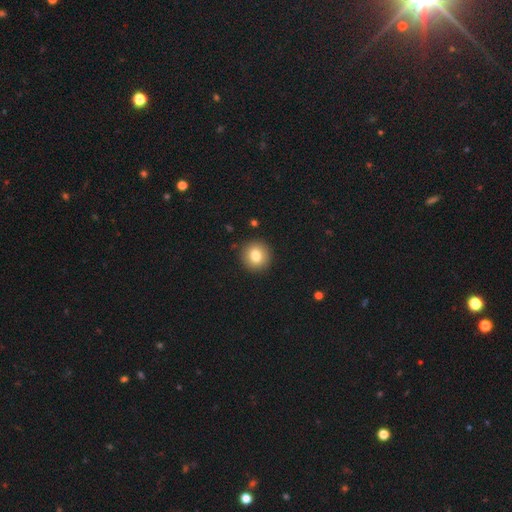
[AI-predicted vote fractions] Morphology: type=smooth (79%); roundness=round (91%); merging=none (91%).